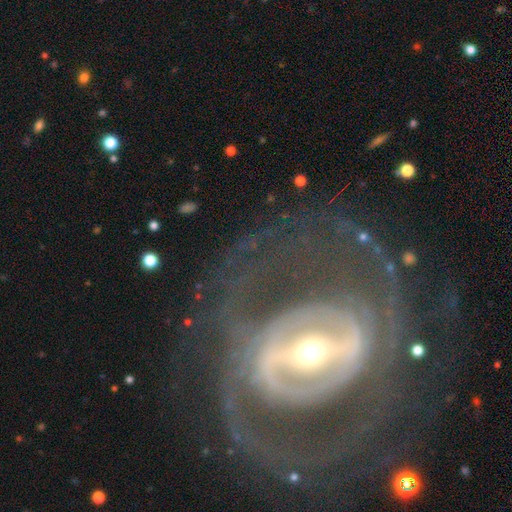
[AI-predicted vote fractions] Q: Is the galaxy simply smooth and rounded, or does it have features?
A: featured or disk — 86%.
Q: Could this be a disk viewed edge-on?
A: no — 94%.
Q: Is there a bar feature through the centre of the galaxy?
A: strong — 70%.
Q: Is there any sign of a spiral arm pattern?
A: yes — 82%.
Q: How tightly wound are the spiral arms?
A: tight — 51%.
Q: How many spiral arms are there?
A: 2 — 47%.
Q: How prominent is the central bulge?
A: small — 46%.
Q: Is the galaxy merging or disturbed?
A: none — 67%.